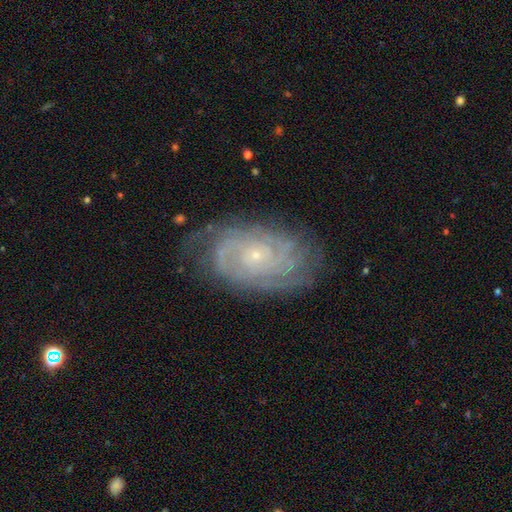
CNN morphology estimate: Overall: featured or disk (84%). Edge-on disk: no (96%). Bar: no (80%). Spiral arms: yes (96%). Spiral arm count: can't tell (36%; 2 18%). Spiral winding: tight (78%). Bulge size: small (84%). Merging: none (76%).